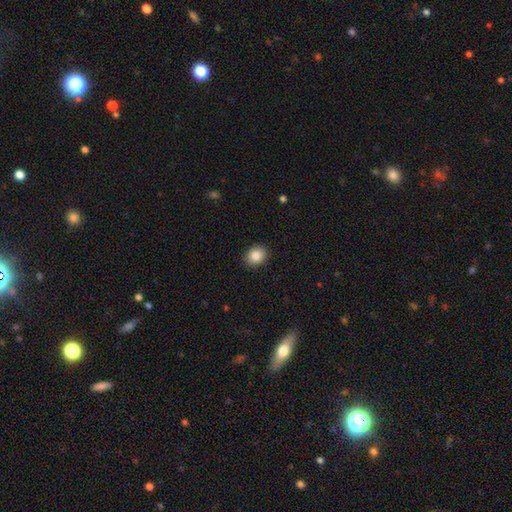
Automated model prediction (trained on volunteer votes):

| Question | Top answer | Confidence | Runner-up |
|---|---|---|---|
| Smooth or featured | smooth | 85% | star or artifact (9%) |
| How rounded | round | 58% | in between (41%) |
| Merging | none | 91% | minor disturbance (7%) |